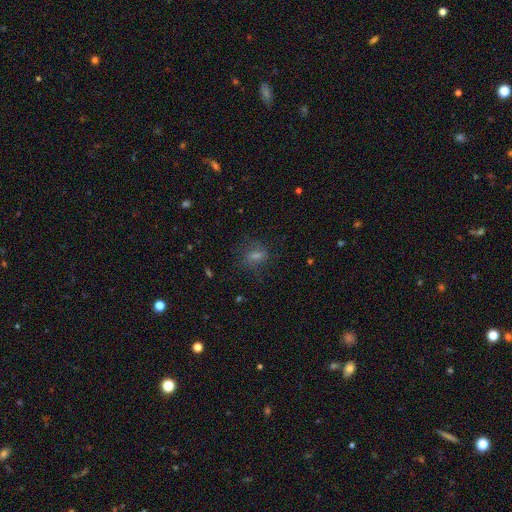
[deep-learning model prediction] smooth 58%, featured or disk 25%, star or artifact 17%. Down the decision tree: how rounded — in between (65%); merging — none (66%).